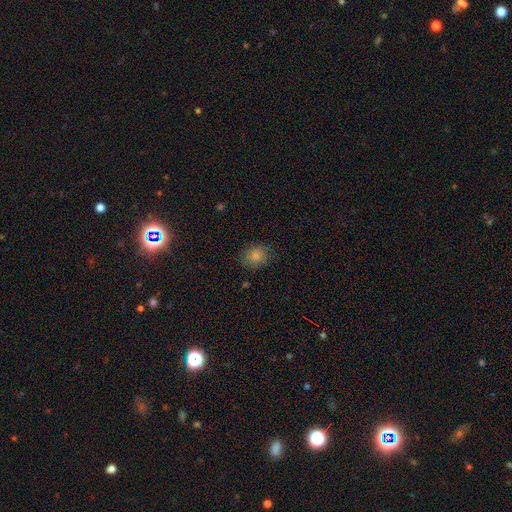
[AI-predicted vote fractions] This is clearly a smooth galaxy (84%). How rounded: possibly round (57%). Merging: clearly none (80%).